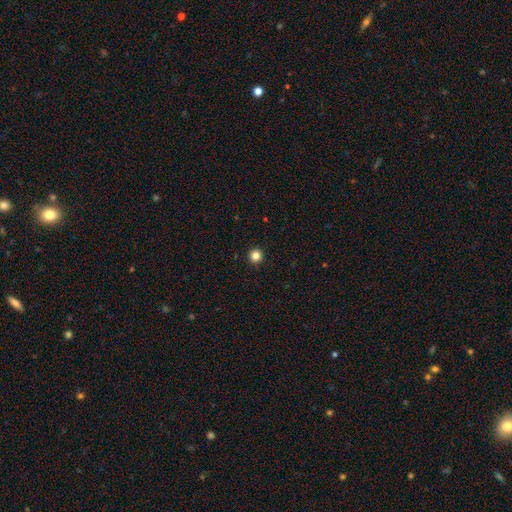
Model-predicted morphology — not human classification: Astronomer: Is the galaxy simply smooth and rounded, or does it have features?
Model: smooth — 84%.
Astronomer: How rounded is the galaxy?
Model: round — 96%.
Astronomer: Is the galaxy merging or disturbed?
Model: none — 94%.